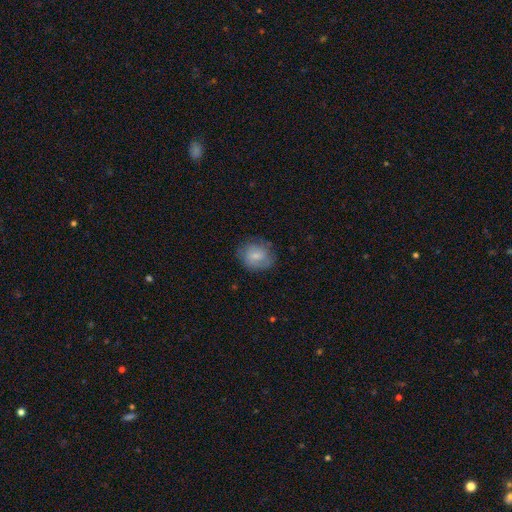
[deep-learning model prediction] smooth-or-featured: smooth: 74% | featured or disk: 18% | star or artifact: 8%
  how-rounded: round: 65% | in between: 34% | cigar-shaped: 1%
  merging: none: 72% | minor disturbance: 20% | major disturbance: 7% | merger: 1%